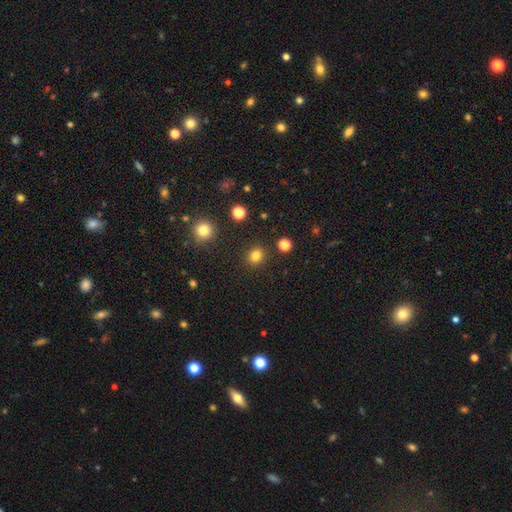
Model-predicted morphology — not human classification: Smooth or featured: smooth — 82% (star or artifact — 13%)
How rounded: round — 62% (in between — 37%)
Merging: none — 88% (minor disturbance — 7%)